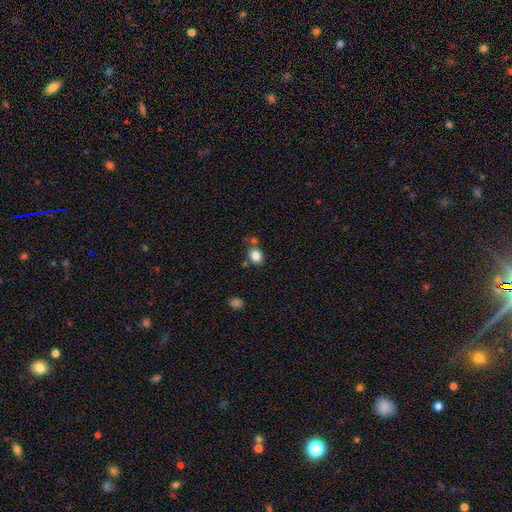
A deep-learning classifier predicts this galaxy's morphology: smooth-or-featured: smooth: 84% | star or artifact: 10% | featured or disk: 6%
  how-rounded: round: 64% | in between: 35% | cigar-shaped: 1%
  merging: none: 67% | minor disturbance: 15% | merger: 13% | major disturbance: 5%